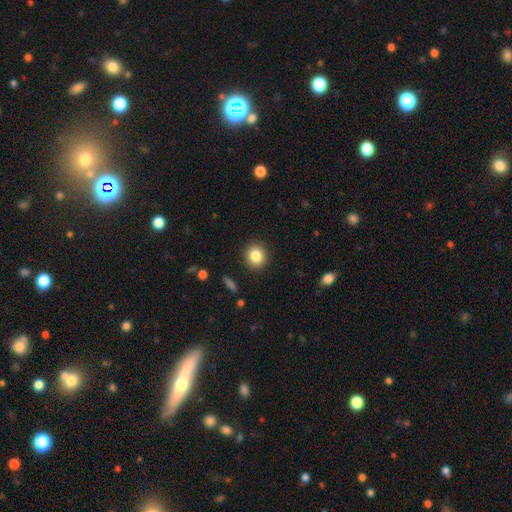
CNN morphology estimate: Smooth or featured? Predicted: smooth (p=0.84). How rounded? Predicted: round (p=0.83). Merging? Predicted: none (p=0.91).